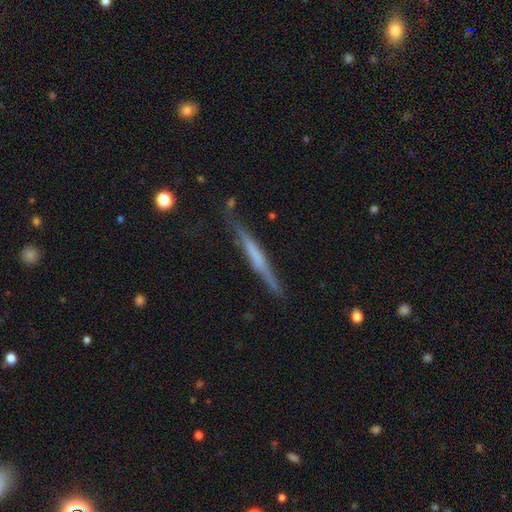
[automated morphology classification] Smooth or featured? Predicted: featured or disk (p=0.59). Edge-on disk? Predicted: yes (p=0.97). Edge-on bulge? Predicted: none (p=0.60). Merging? Predicted: none (p=0.81).